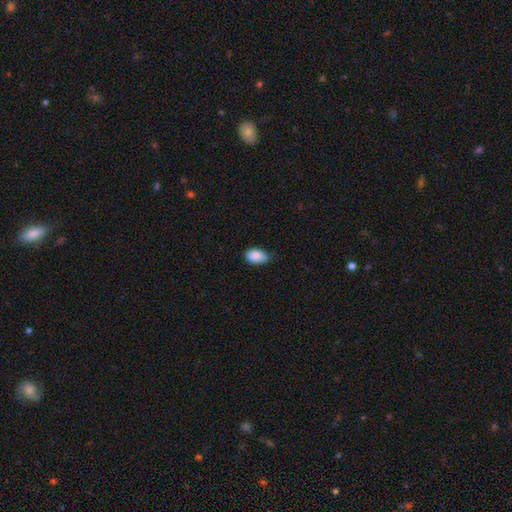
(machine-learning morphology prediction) A smooth galaxy with no disk features (86%) that is in between round and cigar-shaped (89%).

Vote fractions:
- Smooth or featured? smooth: 86% / star or artifact: 7% / featured or disk: 6%
- How rounded? in between: 89% / round: 9% / cigar-shaped: 2%
- Merging? none: 58% / minor disturbance: 36% / major disturbance: 4% / merger: 2%